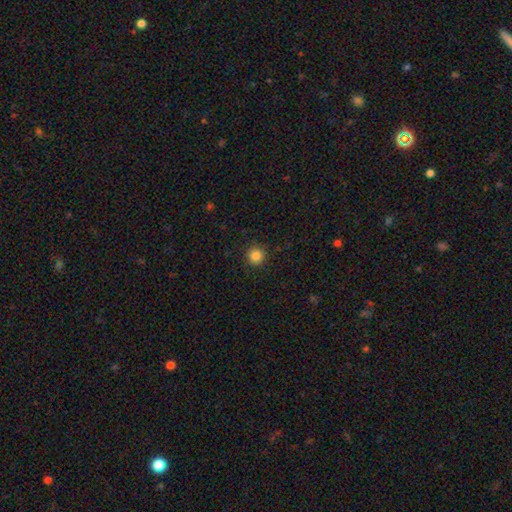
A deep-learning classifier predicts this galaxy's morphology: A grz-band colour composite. It shows a smooth galaxy with no disk features (85%) that is round (95%). Merging: none (91%).